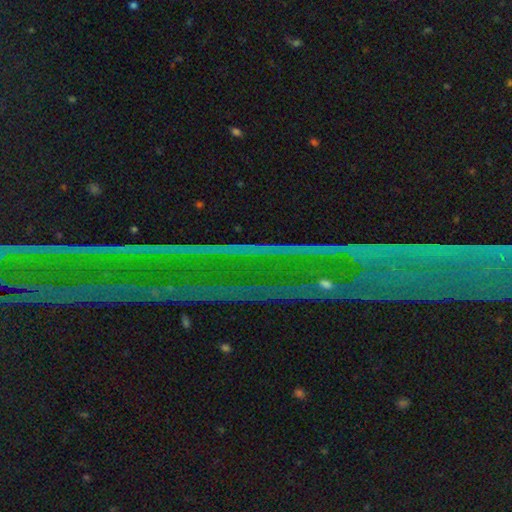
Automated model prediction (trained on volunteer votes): Q: Smooth or featured?
A: star or artifact (79%); runner-up: featured or disk (13%)